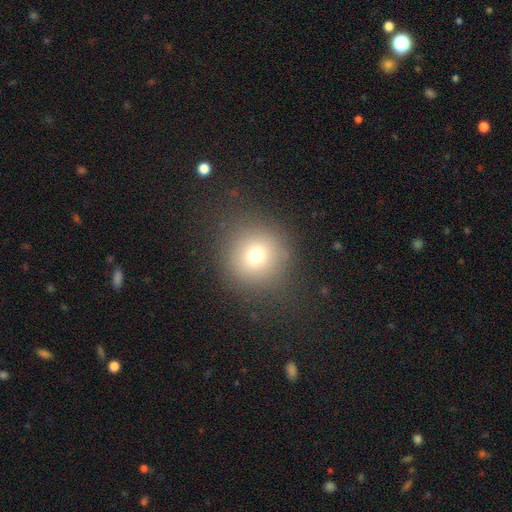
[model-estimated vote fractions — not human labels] A smooth galaxy with no disk features (71%) that is round (93%). Merging: none (85%).